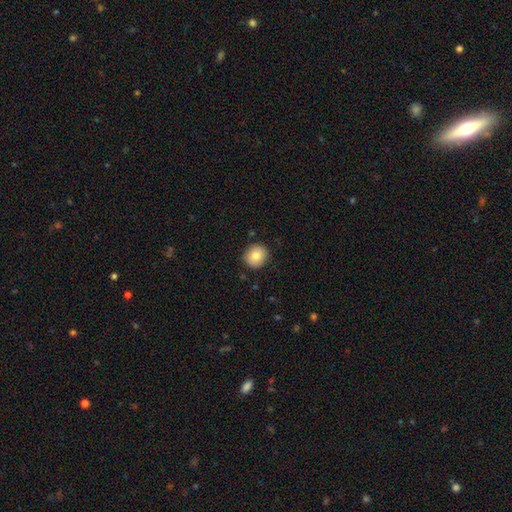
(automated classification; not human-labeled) A smooth galaxy with no disk features (82%) that is round (90%). Merging: none (89%).